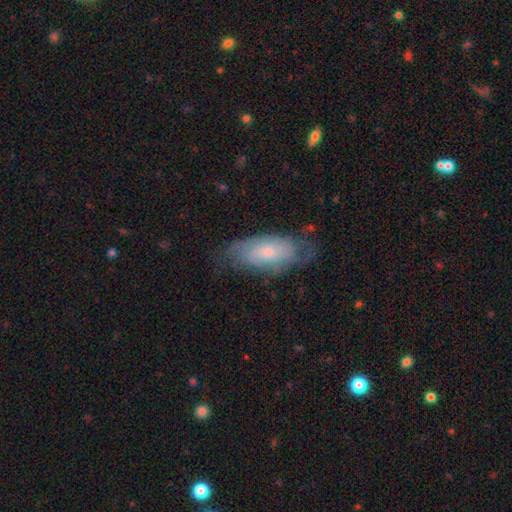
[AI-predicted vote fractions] Overall: smooth (49%; featured or disk 45%). Merging: none (59%; minor disturbance 27%).